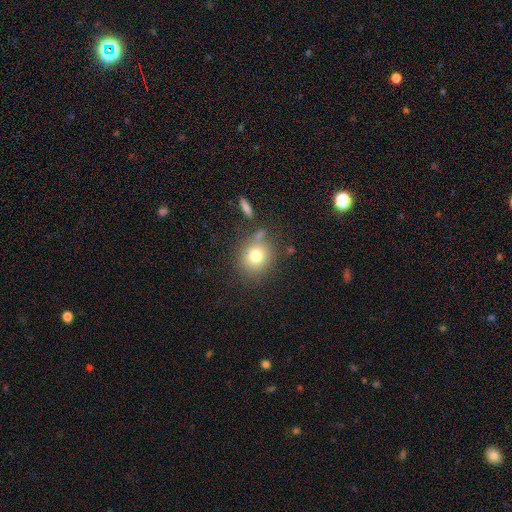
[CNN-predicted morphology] Overall: smooth (76%). How rounded: round (74%). Merging: none (69%).